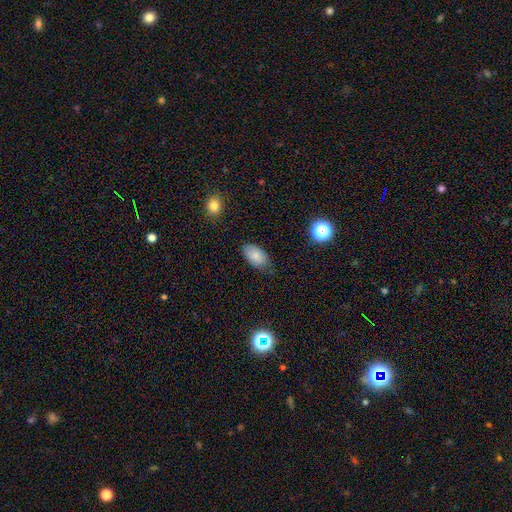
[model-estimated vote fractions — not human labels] A smooth galaxy with no disk features (82%) that is in between round and cigar-shaped (93%).

Vote fractions:
- Smooth or featured? smooth: 82% / featured or disk: 9% / star or artifact: 9%
- How rounded? in between: 93% / round: 5% / cigar-shaped: 2%
- Merging? none: 73% / minor disturbance: 21% / major disturbance: 4% / merger: 2%